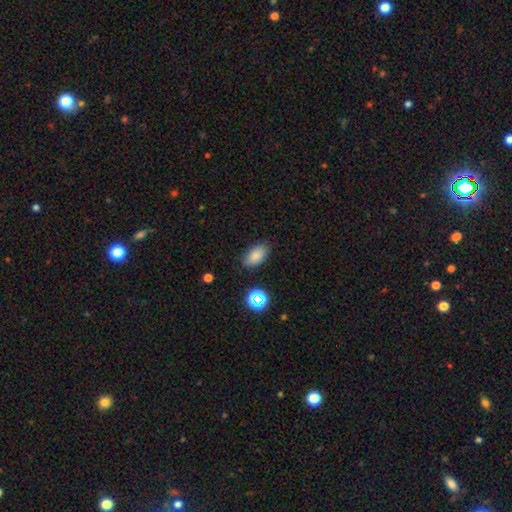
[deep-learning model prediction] A smooth galaxy with no disk features (83%) that is in between round and cigar-shaped (91%). Merging: none (82%).